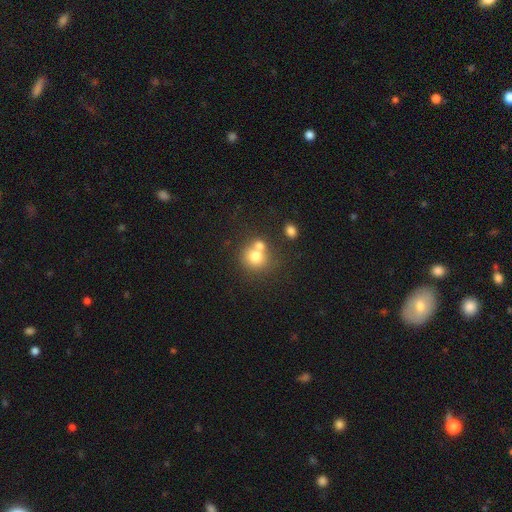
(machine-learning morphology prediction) Smooth or featured: smooth — 73% (featured or disk — 15%)
How rounded: round — 84% (in between — 15%)
Merging: merger — 45% (none — 43%)